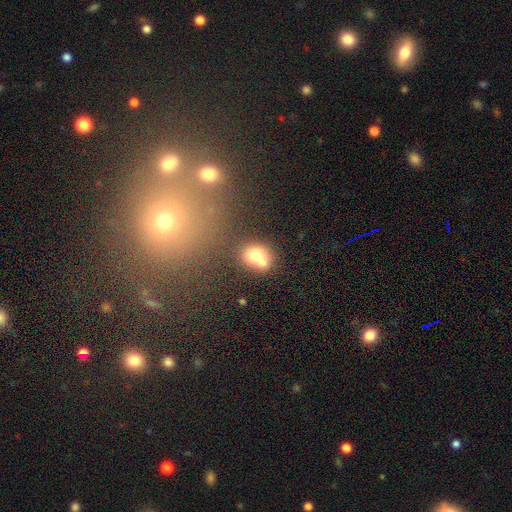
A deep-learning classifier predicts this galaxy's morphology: Q: Smooth or featured?
A: smooth (70%); runner-up: featured or disk (18%)
Q: How rounded?
A: round (58%); runner-up: in between (41%)
Q: Merging?
A: merger (48%); runner-up: none (35%)